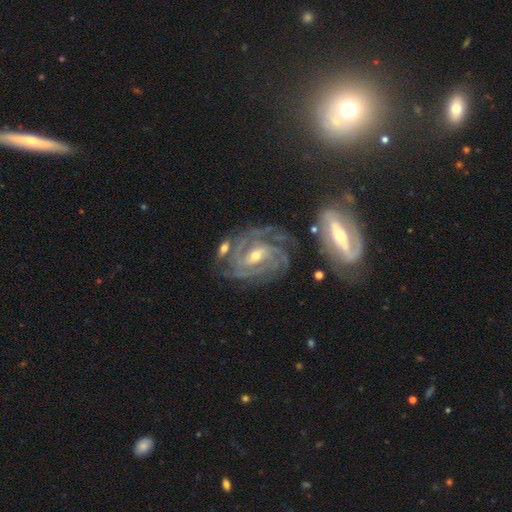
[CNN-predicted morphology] The model was most divided on "bulge size": small: 51%, moderate: 45%, large: 2%, none: 1%, dominant: 1%. Remaining: spiral arms — yes (98%); edge-on disk — no (96%); smooth or featured — featured or disk (91%); spiral winding — tight (68%); merging — none (64%); bar — weak (42%); spiral arm count — 3 (31%).